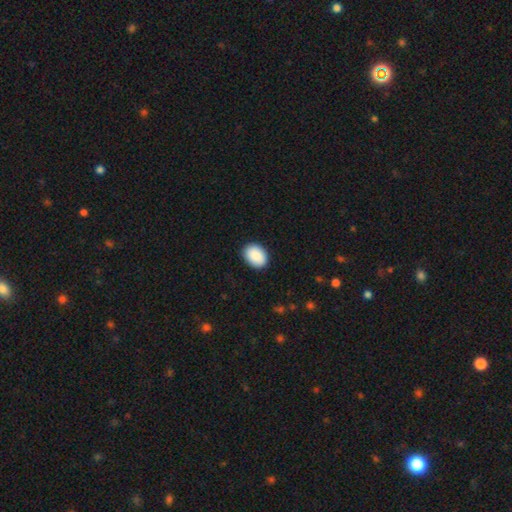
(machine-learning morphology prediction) The model was most divided on "how rounded": in between: 73%, round: 26%, cigar-shaped: 1%. More confident: smooth or featured — smooth (90%); merging — none (90%).